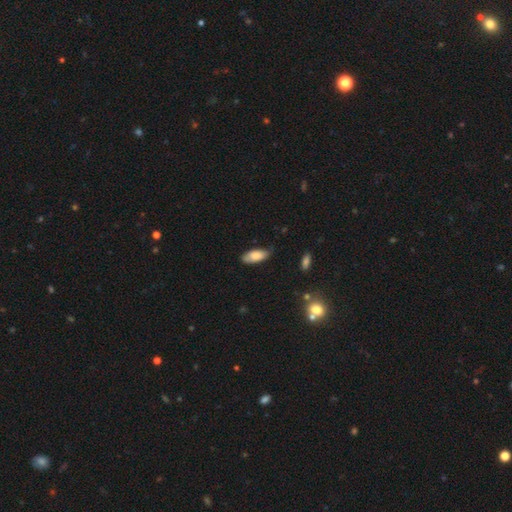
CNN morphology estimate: Smooth or featured?
  - smooth: 81% *
  - featured or disk: 13%
  - star or artifact: 6%
How rounded?
  - in between: 85% *
  - cigar-shaped: 13%
  - round: 2%
Merging?
  - none: 72% *
  - minor disturbance: 23%
  - major disturbance: 3%
  - merger: 1%